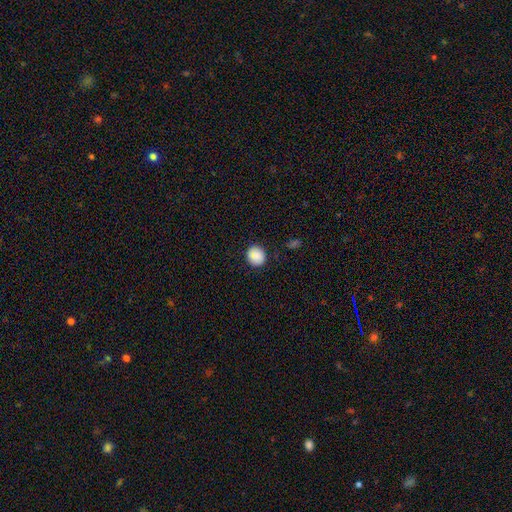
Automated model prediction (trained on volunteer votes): Overall: smooth (88%). How rounded: round (80%). Merging: none (88%).